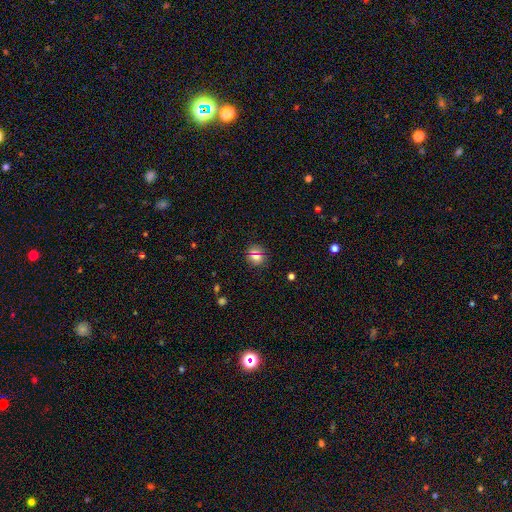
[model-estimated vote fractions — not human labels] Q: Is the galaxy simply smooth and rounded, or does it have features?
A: smooth — 70%.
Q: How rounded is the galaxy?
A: round — 87%.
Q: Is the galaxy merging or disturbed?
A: none — 88%.